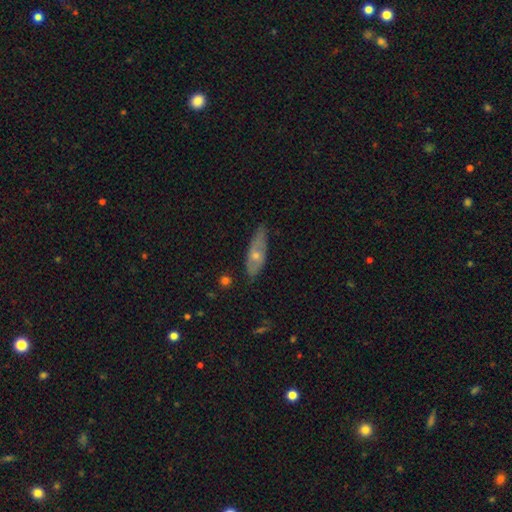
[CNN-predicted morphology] Smooth or featured? smooth (48%)
Merging? none (68%)